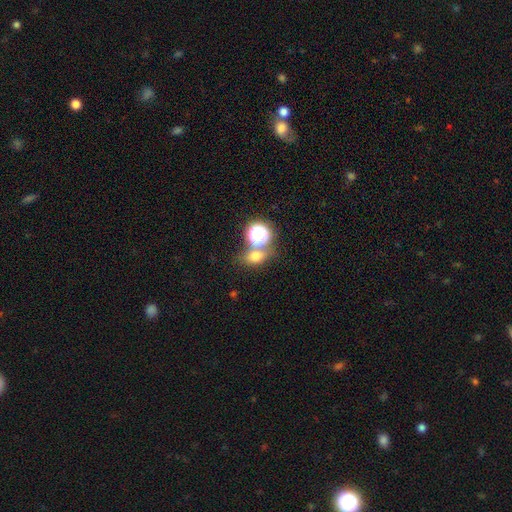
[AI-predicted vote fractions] This is likely a smooth galaxy (67%). How rounded: possibly in between (54%). Merging: possibly none (57%).